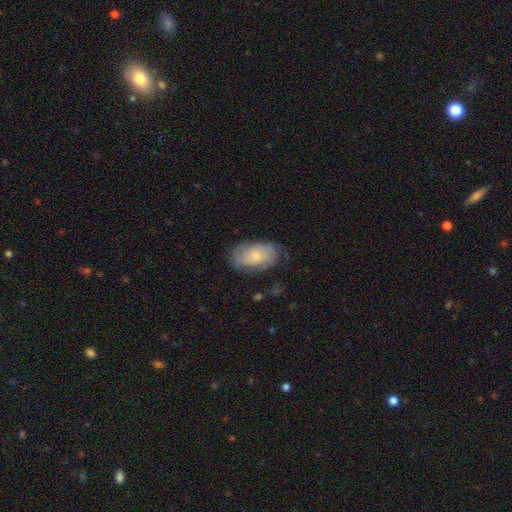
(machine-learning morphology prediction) type=smooth (59%); roundness=in between (92%); merging=none (66%).